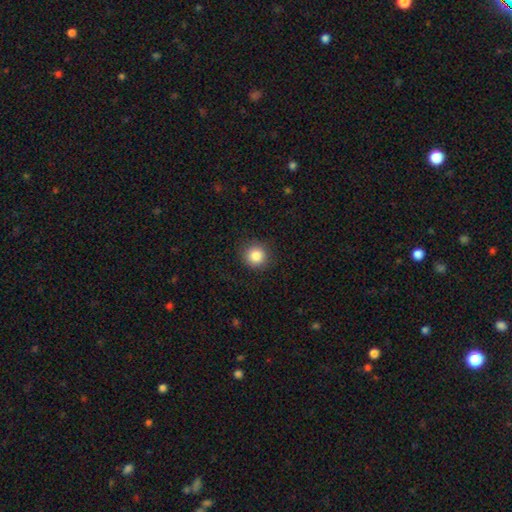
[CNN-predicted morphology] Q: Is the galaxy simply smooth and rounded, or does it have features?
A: smooth — 86%.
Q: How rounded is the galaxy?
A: round — 93%.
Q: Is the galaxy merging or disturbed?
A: none — 89%.